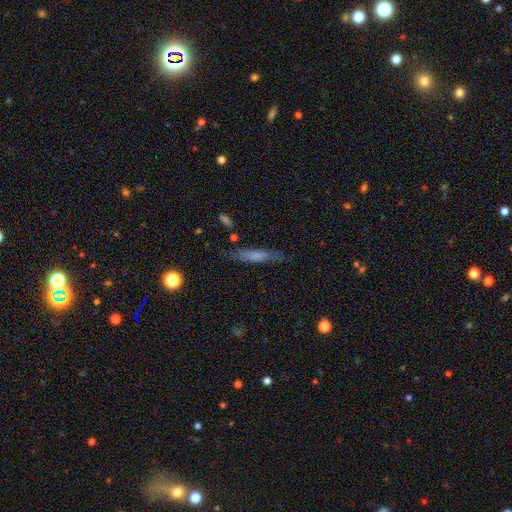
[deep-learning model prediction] smooth-or-featured: smooth: 60% | featured or disk: 31% | star or artifact: 9%
  how-rounded: cigar-shaped: 84% | in between: 14% | round: 2%
  merging: none: 77% | minor disturbance: 16% | major disturbance: 4% | merger: 3%